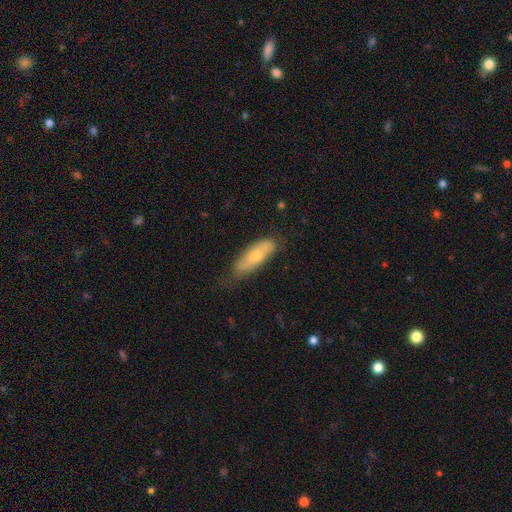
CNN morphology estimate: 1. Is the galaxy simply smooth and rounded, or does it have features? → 59% smooth, 35% featured or disk, 7% star or artifact.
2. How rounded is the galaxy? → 58% in between, 40% cigar-shaped, 3% round.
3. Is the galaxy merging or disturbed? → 66% none, 27% minor disturbance, 6% major disturbance, 2% merger.